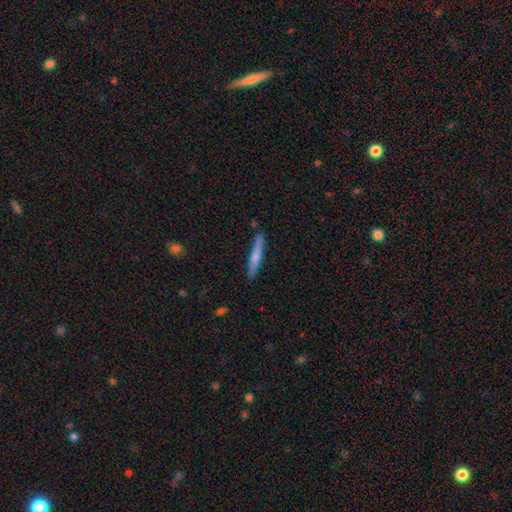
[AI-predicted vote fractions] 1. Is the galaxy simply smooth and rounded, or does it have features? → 59% smooth, 36% featured or disk, 6% star or artifact.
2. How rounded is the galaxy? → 95% cigar-shaped, 4% in between, 1% round.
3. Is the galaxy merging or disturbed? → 85% none, 11% minor disturbance, 2% merger, 2% major disturbance.